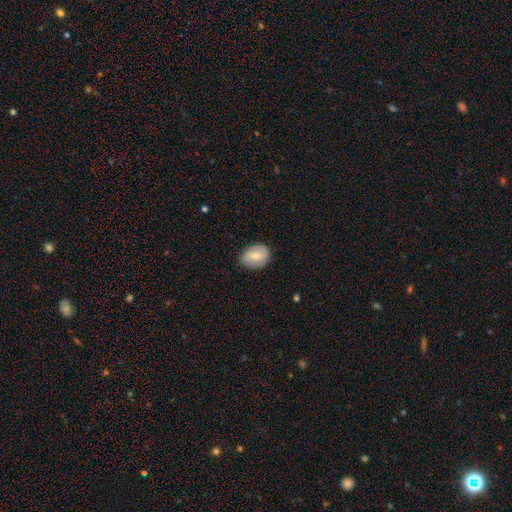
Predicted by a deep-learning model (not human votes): Smooth or featured? Predicted: smooth (p=0.69). How rounded? Predicted: in between (p=0.65). Merging? Predicted: none (p=0.81).